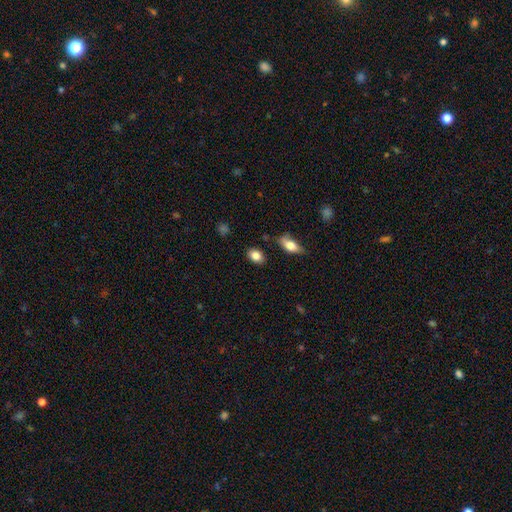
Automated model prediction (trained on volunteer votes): smooth-or-featured: smooth: 84% | star or artifact: 8% | featured or disk: 8%
  how-rounded: in between: 78% | round: 20% | cigar-shaped: 2%
  merging: none: 84% | minor disturbance: 11% | merger: 3% | major disturbance: 3%